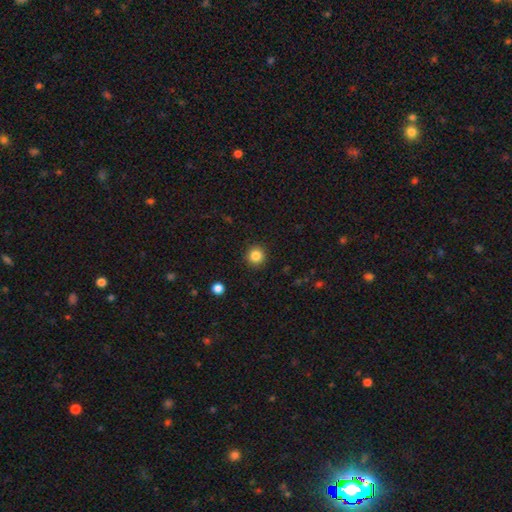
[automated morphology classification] Smooth or featured? Predicted: smooth (p=0.85). How rounded? Predicted: round (p=0.95). Merging? Predicted: none (p=0.92).